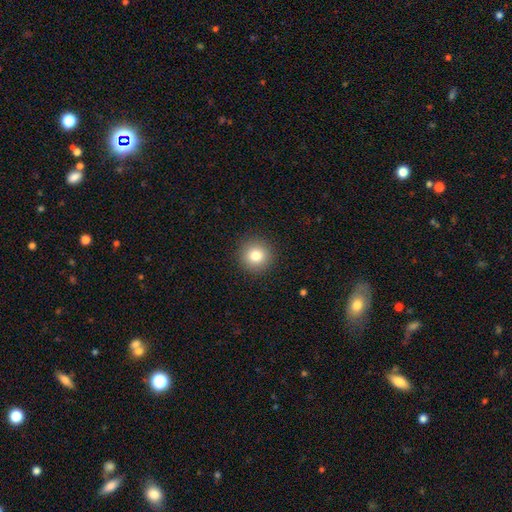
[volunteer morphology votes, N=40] smooth 78%, star or artifact 12%, featured or disk 10%. Down the decision tree: how rounded — round (90%); merging — none (91%).